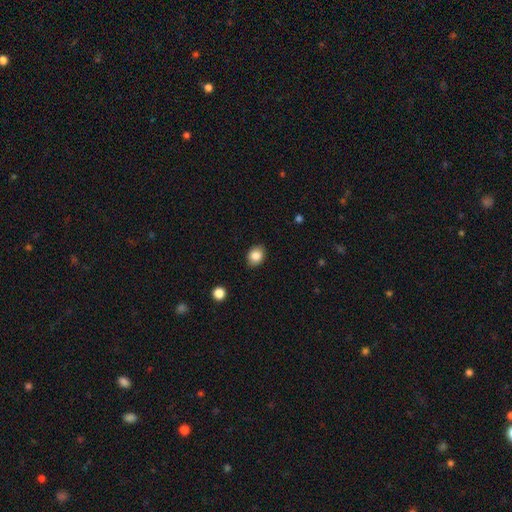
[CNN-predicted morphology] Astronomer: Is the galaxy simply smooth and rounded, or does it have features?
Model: smooth — 86%.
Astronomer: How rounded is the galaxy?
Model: in between — 58% (runner-up: round, 42%).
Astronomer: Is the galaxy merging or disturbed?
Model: none — 86%.